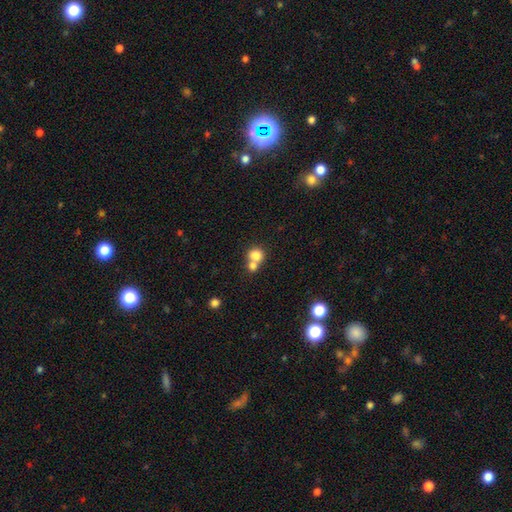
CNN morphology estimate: Smooth or featured? smooth (79%)
How rounded? round (78%)
Merging? merger (56%)